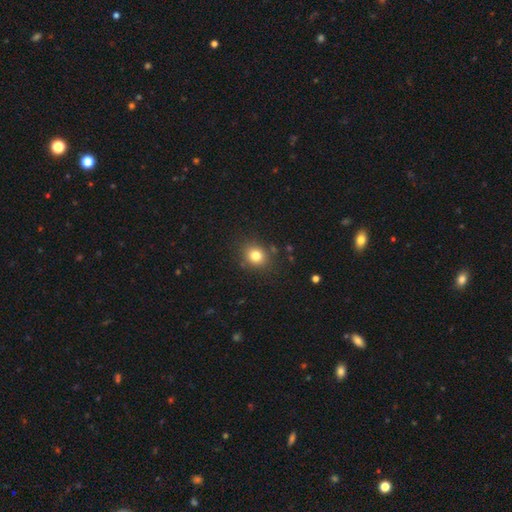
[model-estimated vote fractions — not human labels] Smooth or featured?
  - smooth: 80% *
  - star or artifact: 13%
  - featured or disk: 7%
How rounded?
  - round: 70% *
  - in between: 29%
  - cigar-shaped: 1%
Merging?
  - none: 84% *
  - minor disturbance: 10%
  - major disturbance: 3%
  - merger: 2%